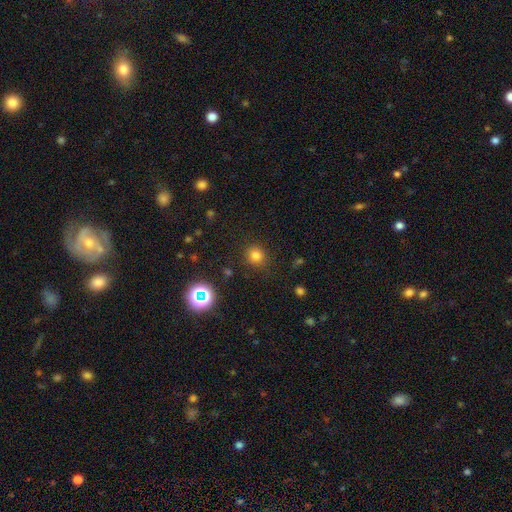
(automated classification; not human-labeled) Morphology: type=smooth (78%); roundness=round (88%); merging=none (88%).